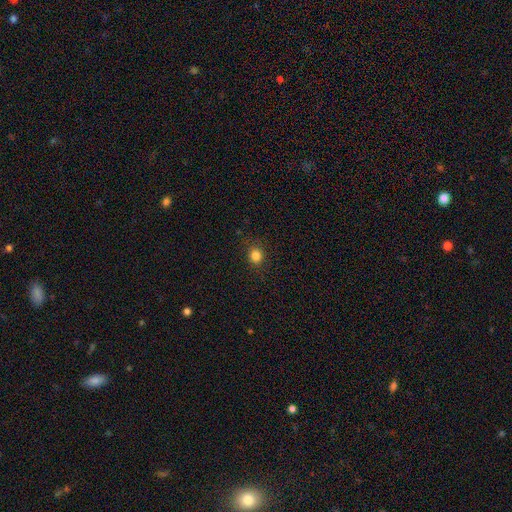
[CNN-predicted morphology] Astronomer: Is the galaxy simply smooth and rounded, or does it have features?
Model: smooth — 83%.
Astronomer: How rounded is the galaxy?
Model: round — 87%.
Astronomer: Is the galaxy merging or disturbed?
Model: none — 88%.